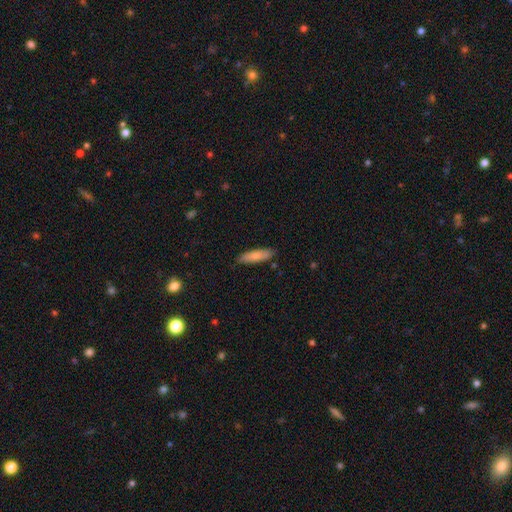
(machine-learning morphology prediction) smooth_or_featured: smooth (p=0.79) [alt: featured or disk p=0.15]
how_rounded: cigar-shaped (p=0.70) [alt: in between p=0.29]
merging: none (p=0.85) [alt: minor disturbance p=0.11]